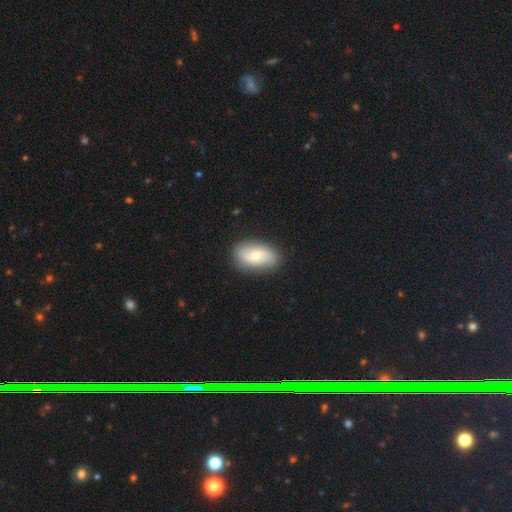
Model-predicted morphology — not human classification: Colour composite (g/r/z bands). It shows a smooth galaxy with no disk features (48%). Merging: none (83%).